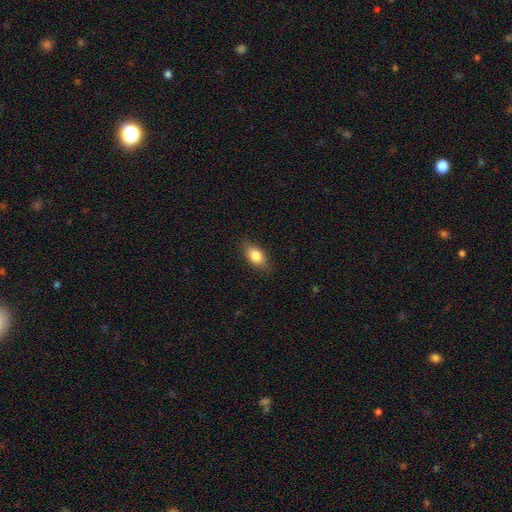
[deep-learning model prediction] Smooth or featured? smooth (81%)
How rounded? in between (85%)
Merging? none (85%)